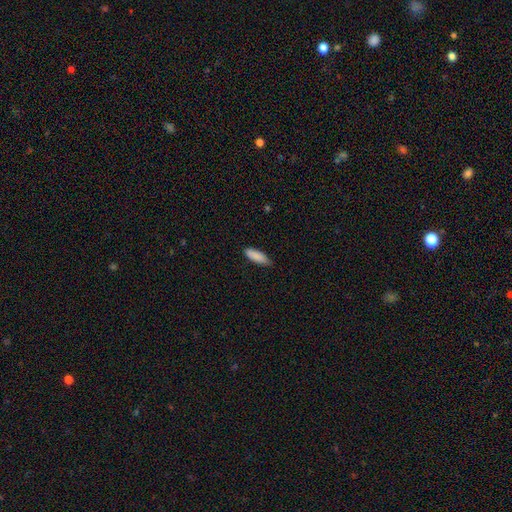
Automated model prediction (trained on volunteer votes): Smooth or featured?
  - smooth: 88% *
  - star or artifact: 6%
  - featured or disk: 6%
How rounded?
  - in between: 54% *
  - cigar-shaped: 45%
  - round: 2%
Merging?
  - none: 78% *
  - minor disturbance: 19%
  - major disturbance: 2%
  - merger: 1%